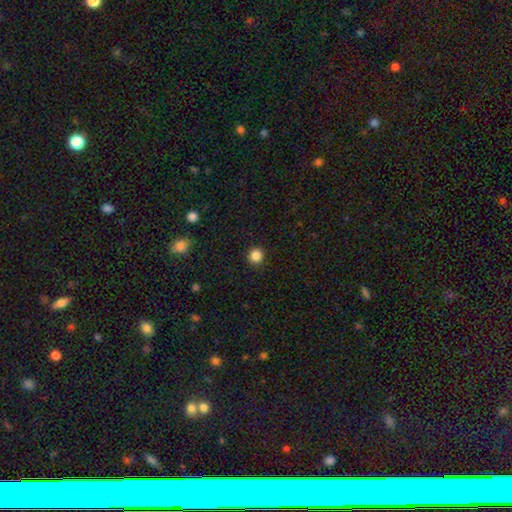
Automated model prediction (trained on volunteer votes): smooth 86%, star or artifact 11%, featured or disk 3%. Down the decision tree: how rounded — round (93%); merging — none (92%).